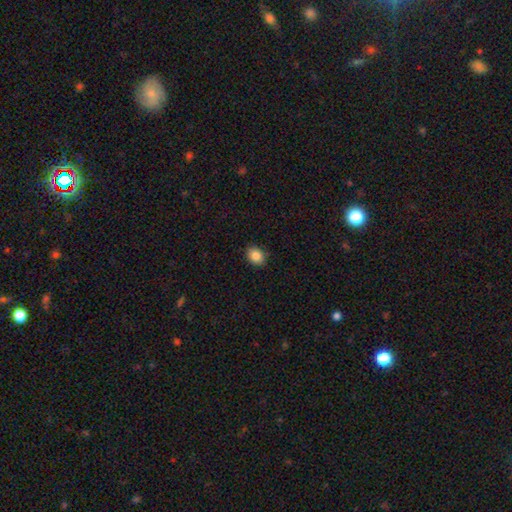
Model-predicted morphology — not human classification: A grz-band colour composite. It shows a smooth galaxy with no disk features (87%) that is in between round and cigar-shaped (57%). Merging: none (88%).